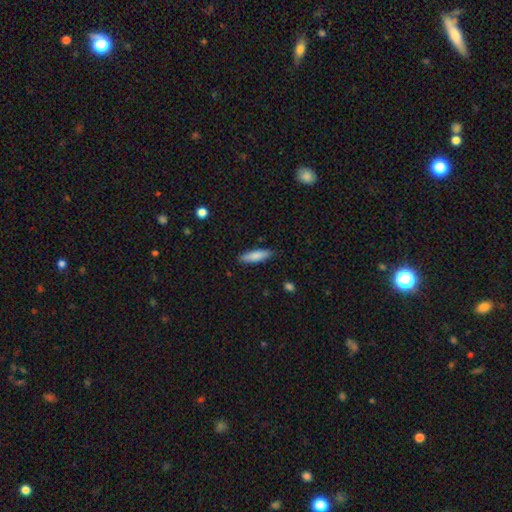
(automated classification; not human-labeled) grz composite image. It shows a smooth galaxy with no disk features (83%) that is cigar-shaped (62%). Merging: none (88%).